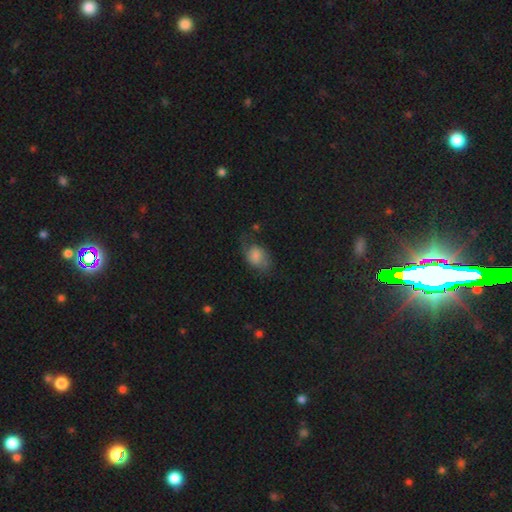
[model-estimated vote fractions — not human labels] Smooth or featured? Predicted: smooth (p=0.59). How rounded? Predicted: in between (p=0.73). Merging? Predicted: none (p=0.47).